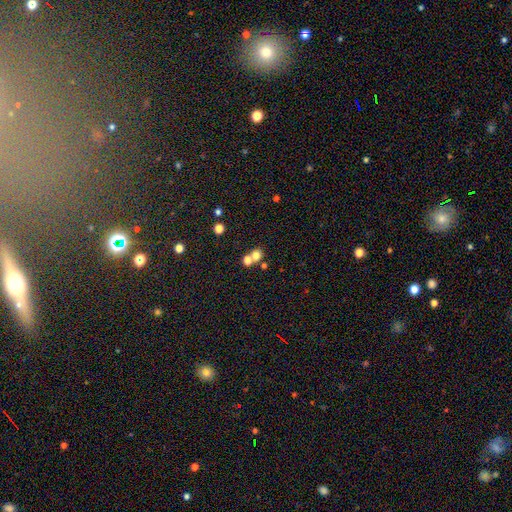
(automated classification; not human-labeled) A smooth galaxy with no disk features (73%) that is round (78%). Merging: none (46%).